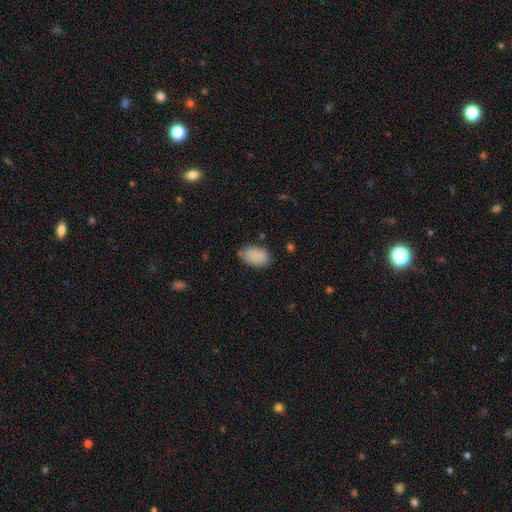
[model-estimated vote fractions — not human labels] smooth 87%, star or artifact 8%, featured or disk 6%. Down the decision tree: how rounded — in between (91%); merging — none (73%).